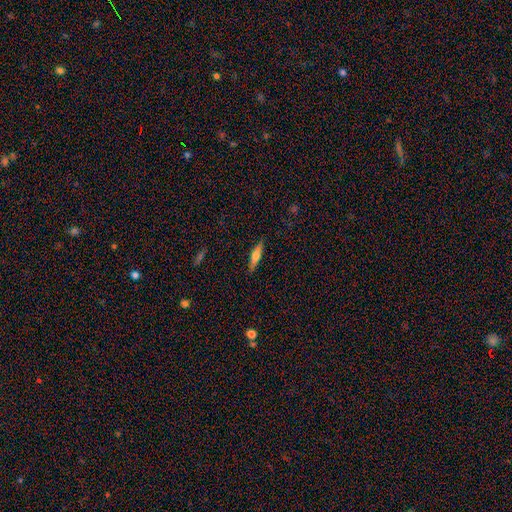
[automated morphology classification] A featured or disk galaxy (47%).

Vote fractions:
- Smooth or featured? featured or disk: 47% / smooth: 46% / star or artifact: 7%
- Merging? none: 88% / minor disturbance: 8% / major disturbance: 2% / merger: 1%